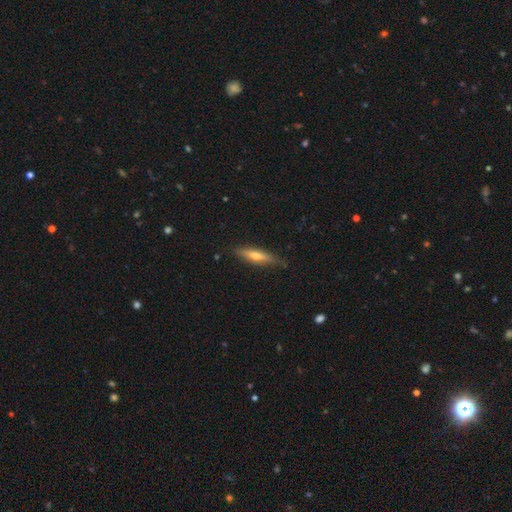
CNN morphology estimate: featured or disk 51%, smooth 42%, star or artifact 6%. Down the decision tree: edge-on disk — yes (92%); merging — none (84%).